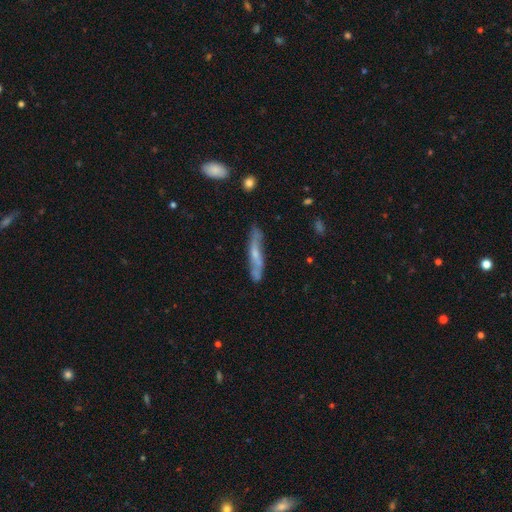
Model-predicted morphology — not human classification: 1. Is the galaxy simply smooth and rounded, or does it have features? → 59% featured or disk, 35% smooth, 6% star or artifact.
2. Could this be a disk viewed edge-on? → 66% yes, 34% no.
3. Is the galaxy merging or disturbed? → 72% none, 19% minor disturbance, 5% major disturbance, 4% merger.